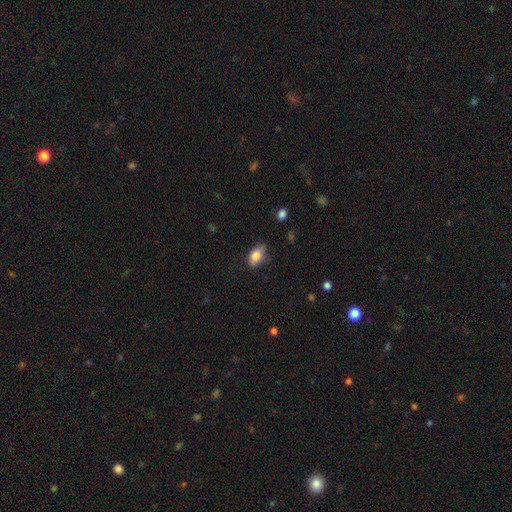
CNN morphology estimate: Smooth or featured? Predicted: smooth (p=0.83). How rounded? Predicted: in between (p=0.87). Merging? Predicted: none (p=0.65).